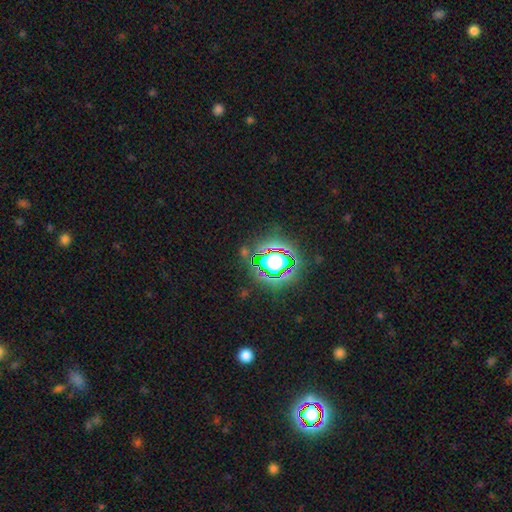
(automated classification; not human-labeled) Morphology: type=star or artifact (81%).